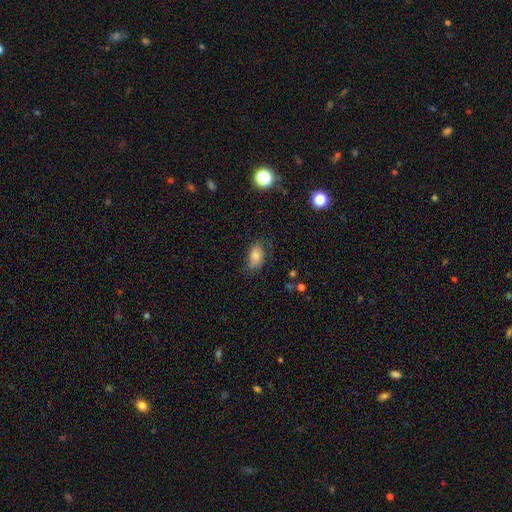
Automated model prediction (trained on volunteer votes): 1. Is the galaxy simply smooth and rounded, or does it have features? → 79% smooth, 12% featured or disk, 10% star or artifact.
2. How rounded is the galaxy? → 88% in between, 10% round, 2% cigar-shaped.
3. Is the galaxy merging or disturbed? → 65% none, 26% minor disturbance, 8% major disturbance, 2% merger.